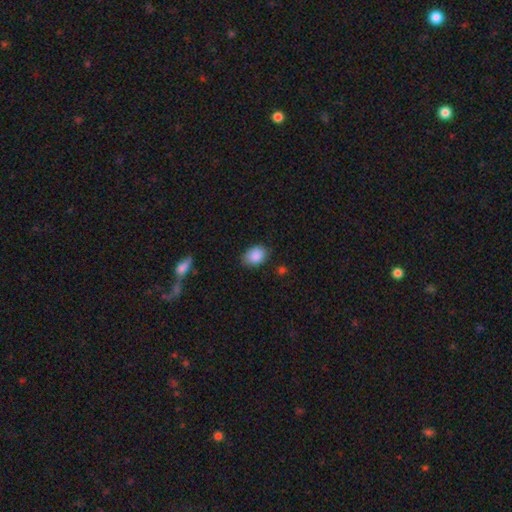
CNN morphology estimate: Smooth or featured? Predicted: smooth (p=0.88). How rounded? Predicted: in between (p=0.72). Merging? Predicted: none (p=0.79).